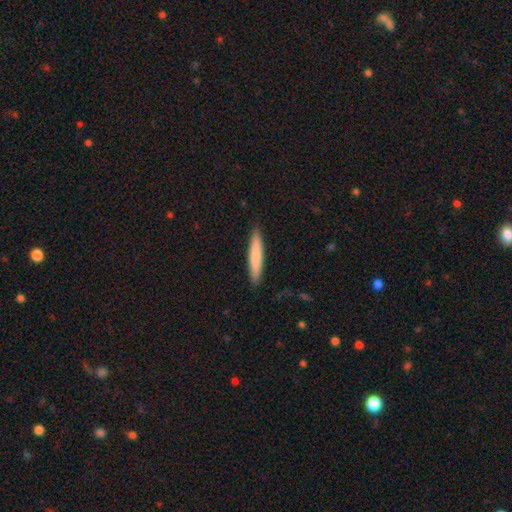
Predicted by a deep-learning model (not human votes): The model was most divided on "smooth or featured": smooth: 78%, featured or disk: 17%, star or artifact: 5%. More confident: how rounded — cigar-shaped (93%); merging — none (90%).